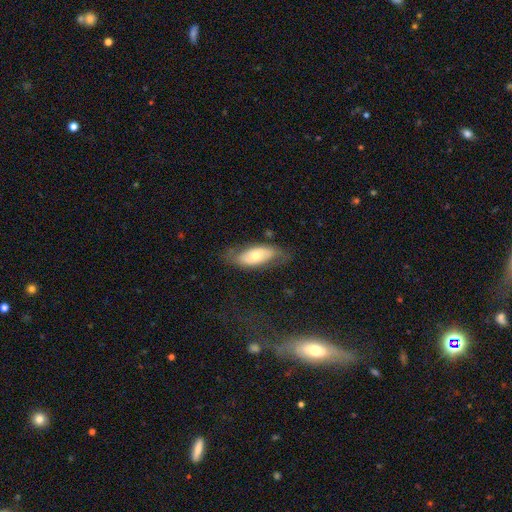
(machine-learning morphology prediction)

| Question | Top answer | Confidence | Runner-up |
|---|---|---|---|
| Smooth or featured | smooth | 49% | featured or disk (44%) |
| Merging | none | 65% | minor disturbance (22%) |